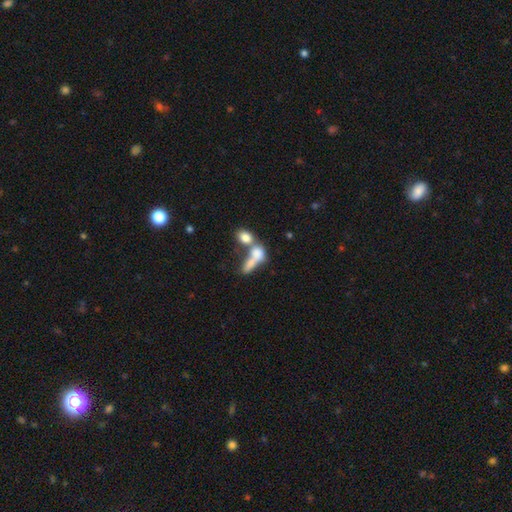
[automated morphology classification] This appears to be a smooth galaxy with no disk features (70%) that is in between round and cigar-shaped (63%). Merging: merger (65%).